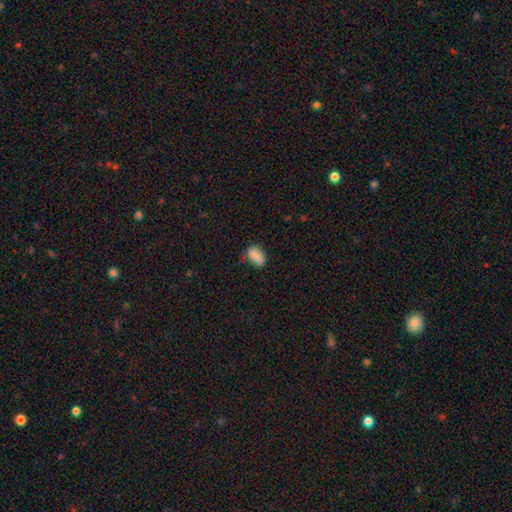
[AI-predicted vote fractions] Morphology: type=smooth (80%); roundness=in between (86%); merging=none (56%).